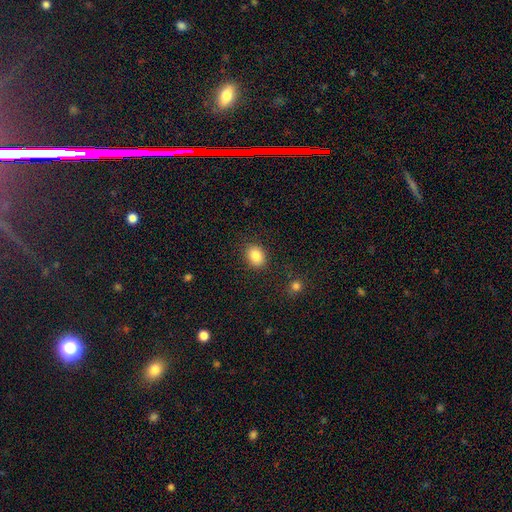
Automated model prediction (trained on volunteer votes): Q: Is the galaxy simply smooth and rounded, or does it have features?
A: smooth — 85%.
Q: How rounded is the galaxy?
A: in between — 56%.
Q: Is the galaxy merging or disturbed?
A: none — 86%.